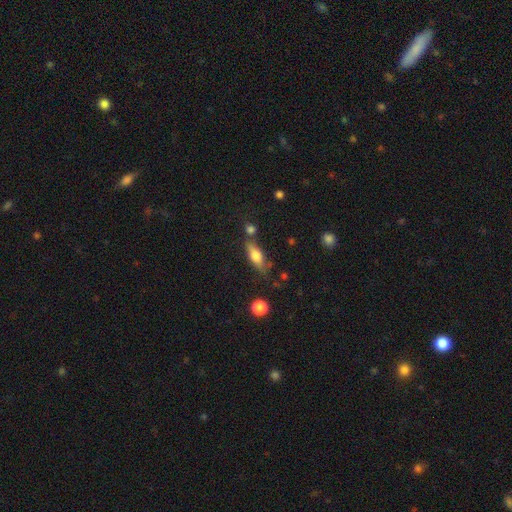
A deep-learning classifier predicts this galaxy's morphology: smooth_or_featured: smooth (p=0.65) [alt: featured or disk p=0.27]
how_rounded: in between (p=0.66) [alt: cigar-shaped p=0.30]
merging: none (p=0.65) [alt: minor disturbance p=0.19]